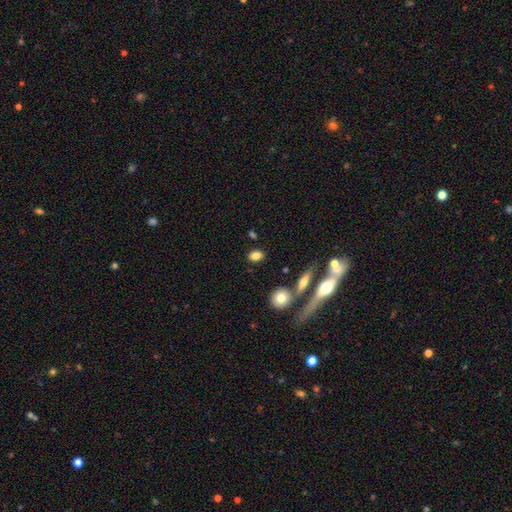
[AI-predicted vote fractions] Smooth or featured? smooth (82%)
How rounded? in between (82%)
Merging? none (81%)